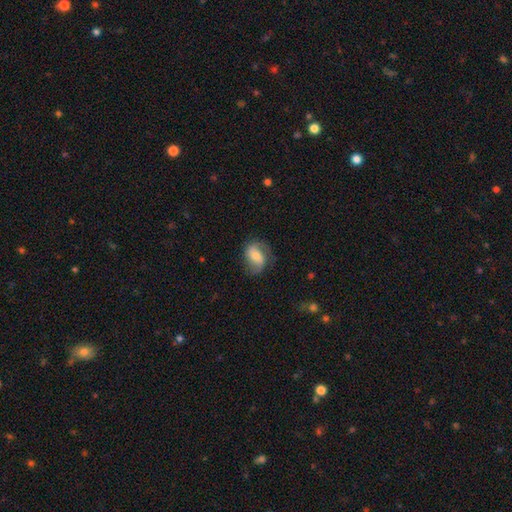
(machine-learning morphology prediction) Smooth or featured?
  - featured or disk: 58% *
  - smooth: 34%
  - star or artifact: 7%
Edge-on disk?
  - no: 96% *
  - yes: 4%
Bar?
  - weak: 39% *
  - no: 37%
  - strong: 24%
Spiral arms?
  - yes: 88% *
  - no: 12%
Bulge size?
  - moderate: 48% *
  - small: 40%
  - large: 6%
  - none: 4%
  - dominant: 2%
Merging?
  - none: 65% *
  - minor disturbance: 22%
  - major disturbance: 12%
  - merger: 1%